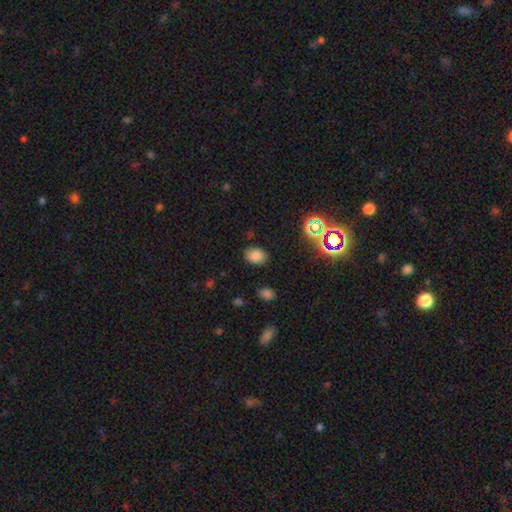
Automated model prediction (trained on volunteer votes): smooth_or_featured: smooth (p=0.79) [alt: star or artifact p=0.15]
how_rounded: in between (p=0.72) [alt: round p=0.27]
merging: none (p=0.84) [alt: minor disturbance p=0.11]